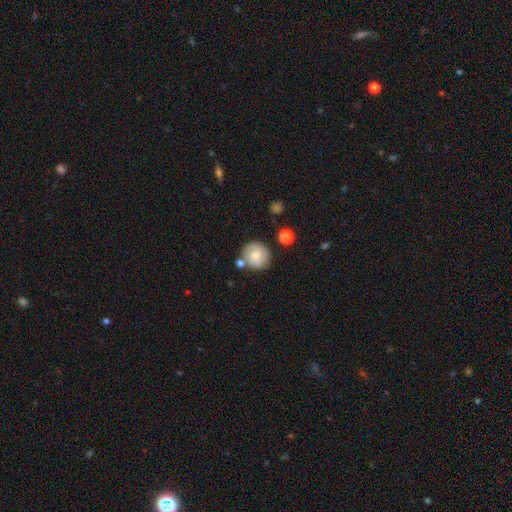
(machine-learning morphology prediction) Smooth or featured? Predicted: smooth (p=0.68). How rounded? Predicted: round (p=0.90). Merging? Predicted: none (p=0.71).